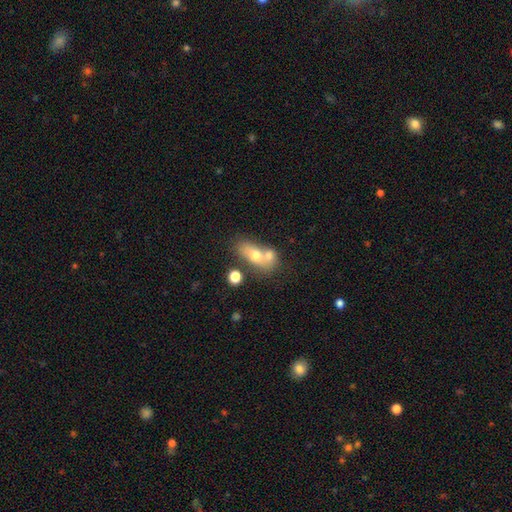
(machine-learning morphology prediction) This appears to be a smooth galaxy with no disk features (63%) that is in between round and cigar-shaped (72%). Merging: merger (57%).